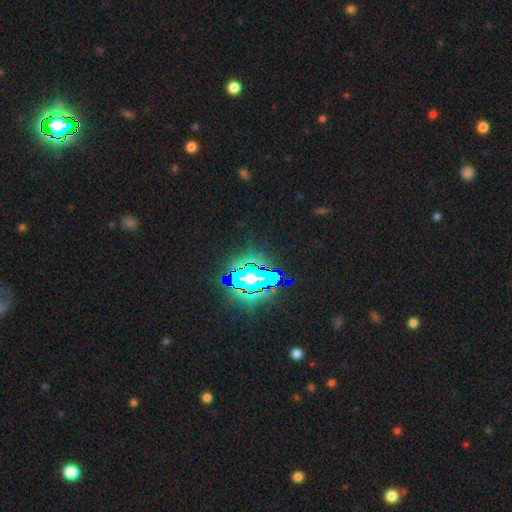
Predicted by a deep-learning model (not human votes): Smooth or featured: star or artifact — 81% (smooth — 11%)